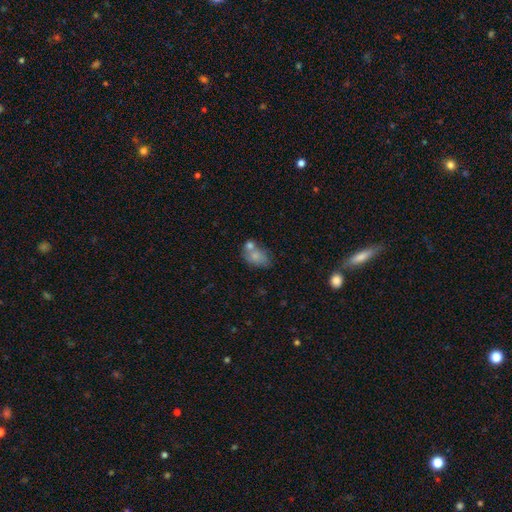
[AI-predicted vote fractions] Overall: smooth (74%). How rounded: in between (79%). Merging: merger (44%; none 34%).